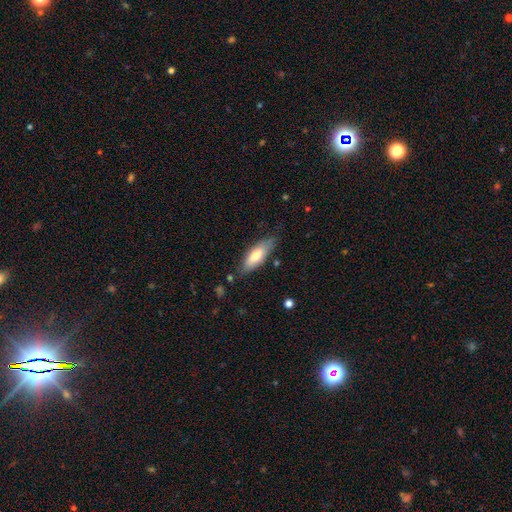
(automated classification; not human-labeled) Morphology: type=smooth (70%); roundness=in between (64%); merging=none (75%).